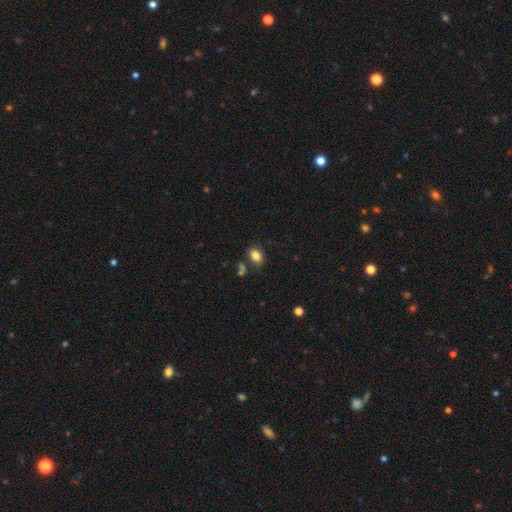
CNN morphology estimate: Smooth or featured? Predicted: smooth (p=0.84). How rounded? Predicted: in between (p=0.81). Merging? Predicted: none (p=0.75).